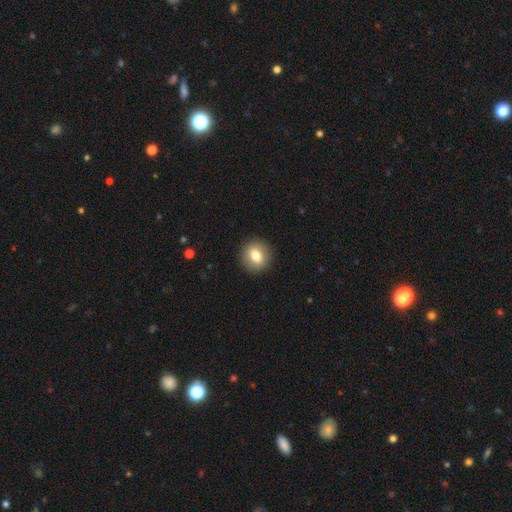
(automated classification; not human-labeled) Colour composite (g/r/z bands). It shows a smooth galaxy with no disk features (76%) that is round (82%). Merging: none (91%).